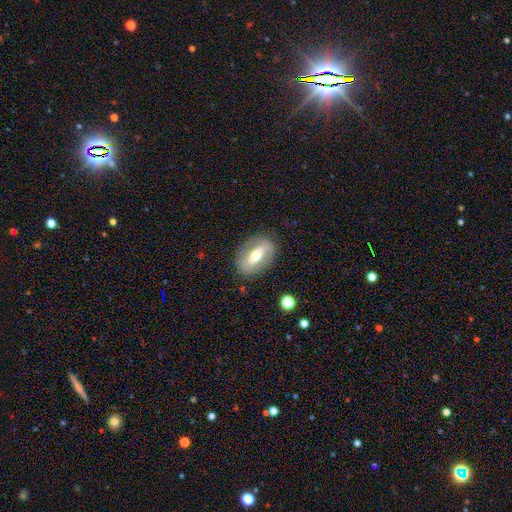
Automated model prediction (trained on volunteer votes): Morphology: type=featured or disk (58%); edge-on=no (83%); merging=none (82%).